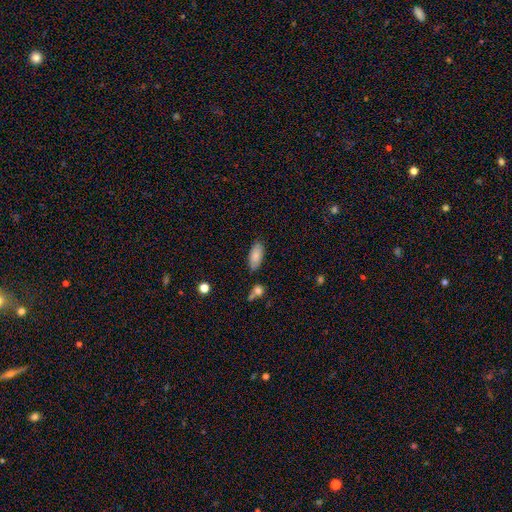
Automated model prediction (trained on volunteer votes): Smooth or featured? smooth (83%)
How rounded? in between (86%)
Merging? none (79%)